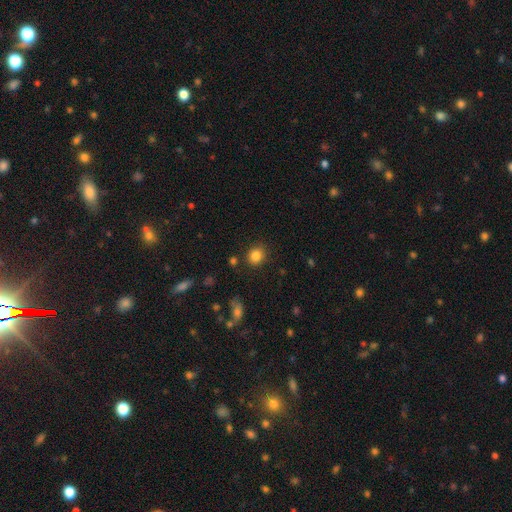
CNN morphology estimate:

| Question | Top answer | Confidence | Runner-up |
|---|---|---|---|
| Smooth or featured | smooth | 84% | star or artifact (11%) |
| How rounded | round | 76% | in between (23%) |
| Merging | none | 84% | minor disturbance (10%) |